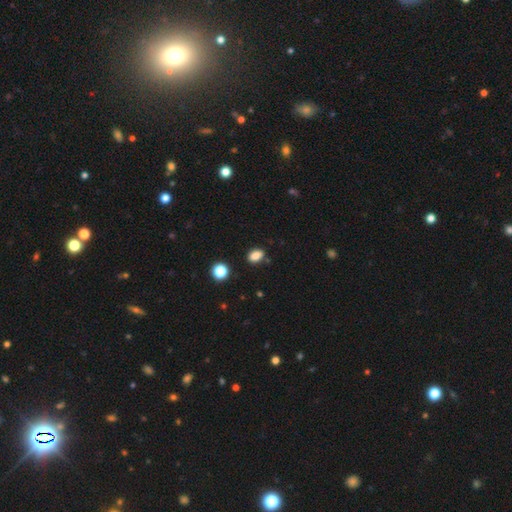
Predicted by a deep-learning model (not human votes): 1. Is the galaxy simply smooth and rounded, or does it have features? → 84% smooth, 11% star or artifact, 5% featured or disk.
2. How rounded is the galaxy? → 79% in between, 19% round, 2% cigar-shaped.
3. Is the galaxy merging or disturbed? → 82% none, 12% minor disturbance, 4% merger, 3% major disturbance.